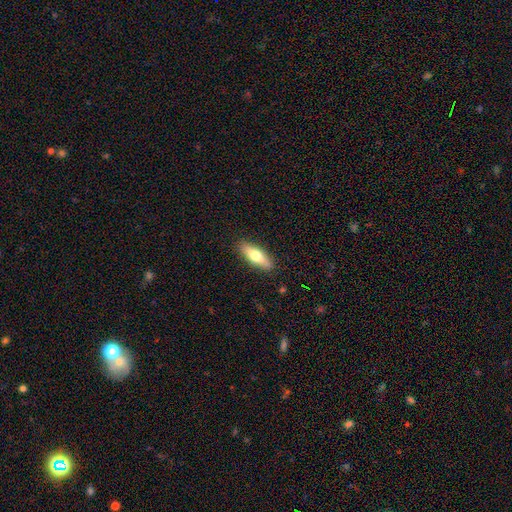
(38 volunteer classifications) Smooth or featured: smooth — 71% (featured or disk — 24%)
How rounded: in between — 56% (cigar-shaped — 44%)
Merging: none — 83% (minor disturbance — 14%)